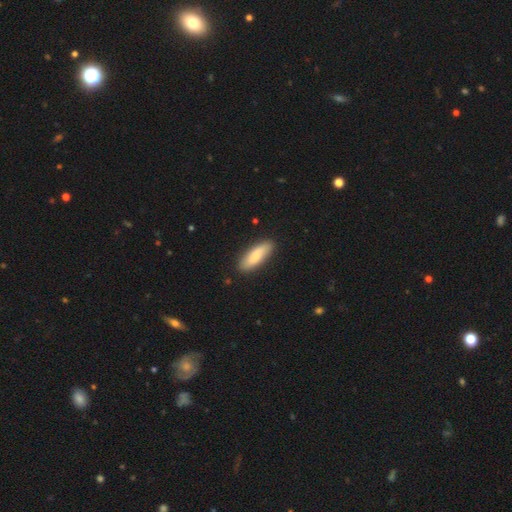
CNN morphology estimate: Smooth or featured? smooth (77%)
How rounded? in between (54%)
Merging? none (88%)